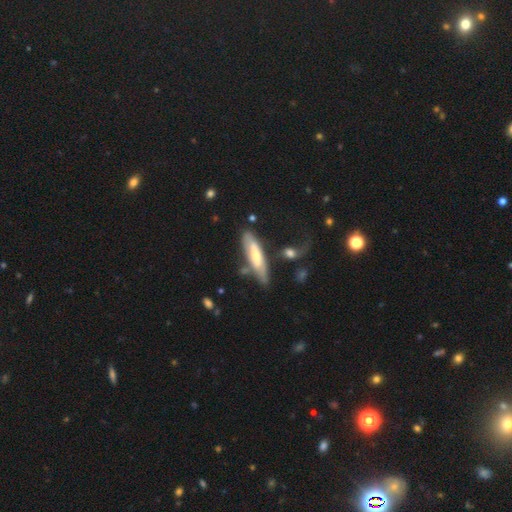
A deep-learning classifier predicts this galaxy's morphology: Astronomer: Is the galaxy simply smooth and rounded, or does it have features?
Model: featured or disk — 50% (runner-up: smooth, 44%).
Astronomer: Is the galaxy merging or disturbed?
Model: none — 55%.